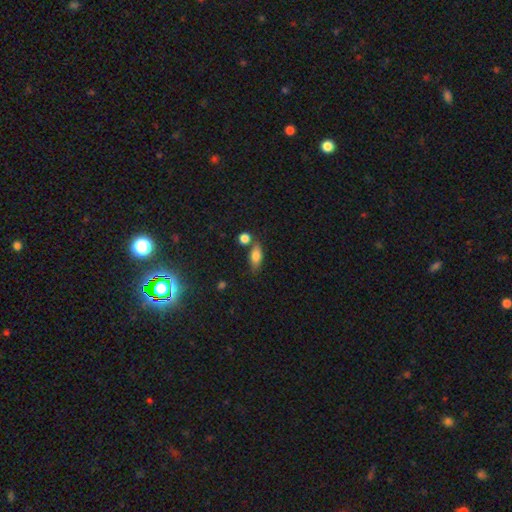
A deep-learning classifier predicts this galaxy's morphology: Smooth or featured: smooth — 79% (featured or disk — 13%)
How rounded: in between — 78% (cigar-shaped — 16%)
Merging: none — 64% (minor disturbance — 16%)